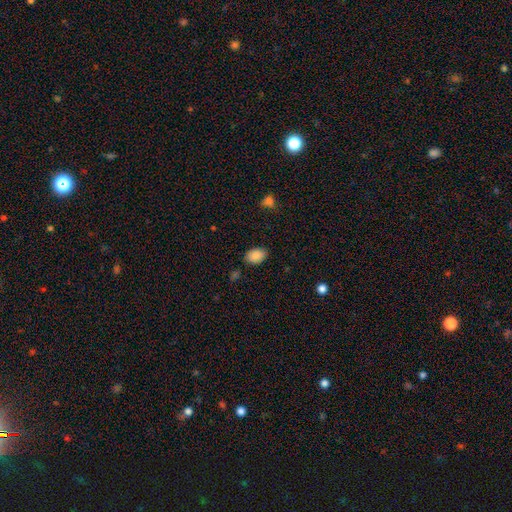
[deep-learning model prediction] smooth-or-featured: smooth: 88% | star or artifact: 8% | featured or disk: 4%
  how-rounded: in between: 84% | round: 15% | cigar-shaped: 1%
  merging: none: 84% | minor disturbance: 11% | major disturbance: 3% | merger: 2%